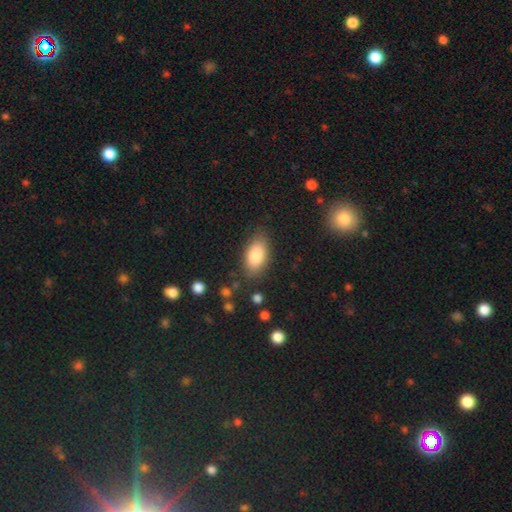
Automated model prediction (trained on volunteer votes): smooth-or-featured: smooth: 84% | featured or disk: 9% | star or artifact: 7%
  how-rounded: in between: 91% | round: 5% | cigar-shaped: 4%
  merging: none: 80% | minor disturbance: 14% | major disturbance: 4% | merger: 2%